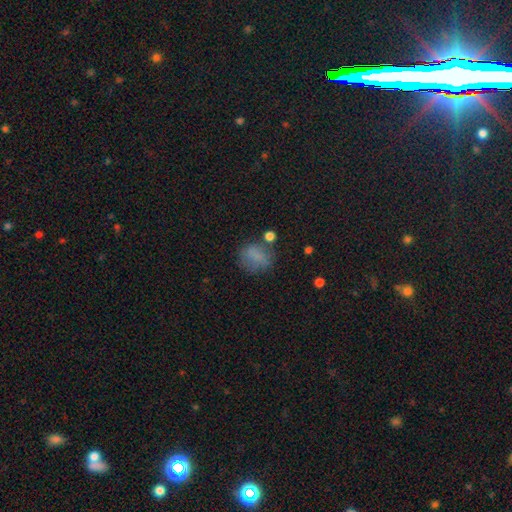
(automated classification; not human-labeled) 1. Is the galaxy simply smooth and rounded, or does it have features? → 72% smooth, 14% featured or disk, 13% star or artifact.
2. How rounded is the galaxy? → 65% round, 33% in between, 1% cigar-shaped.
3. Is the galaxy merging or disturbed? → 58% none, 22% minor disturbance, 12% major disturbance, 8% merger.